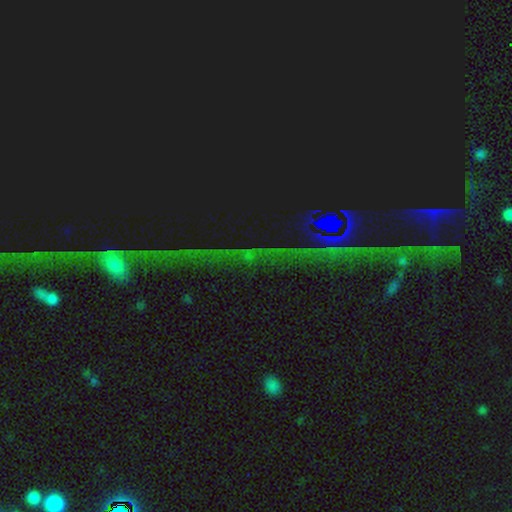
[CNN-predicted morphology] Smooth or featured: star or artifact — 80% (featured or disk — 11%)